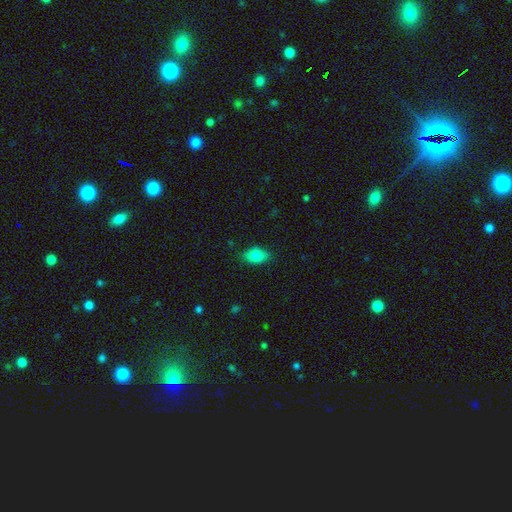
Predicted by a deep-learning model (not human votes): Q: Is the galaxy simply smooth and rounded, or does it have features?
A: smooth — 83%.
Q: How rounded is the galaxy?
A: in between — 86%.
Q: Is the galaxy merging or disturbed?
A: none — 83%.